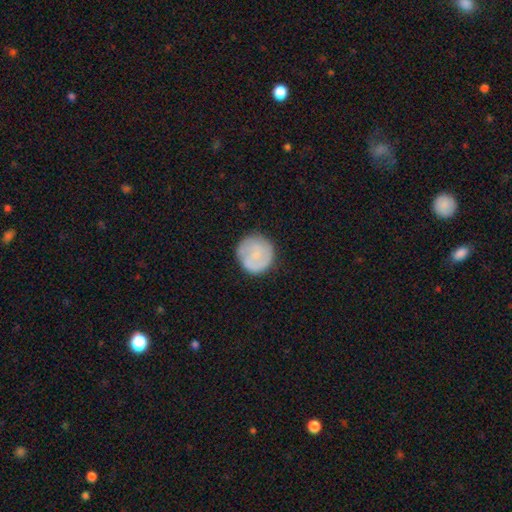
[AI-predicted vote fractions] A smooth galaxy with no disk features (64%) that is round (94%). Merging: none (81%).